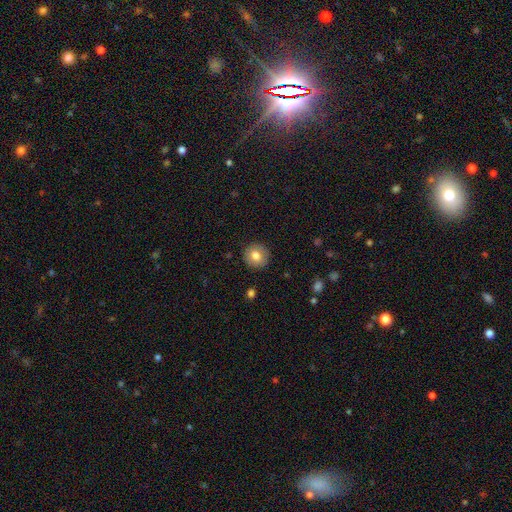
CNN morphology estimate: Smooth or featured: smooth — 79% (featured or disk — 12%)
How rounded: round — 90% (in between — 9%)
Merging: none — 90% (minor disturbance — 7%)